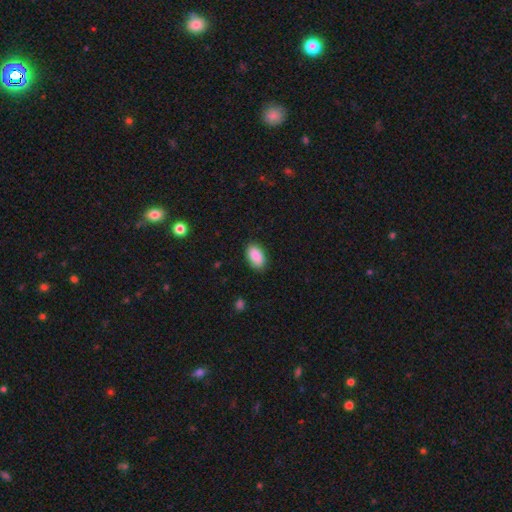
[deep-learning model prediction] smooth 89%, star or artifact 7%, featured or disk 4%. Down the decision tree: how rounded — in between (93%); merging — none (86%).